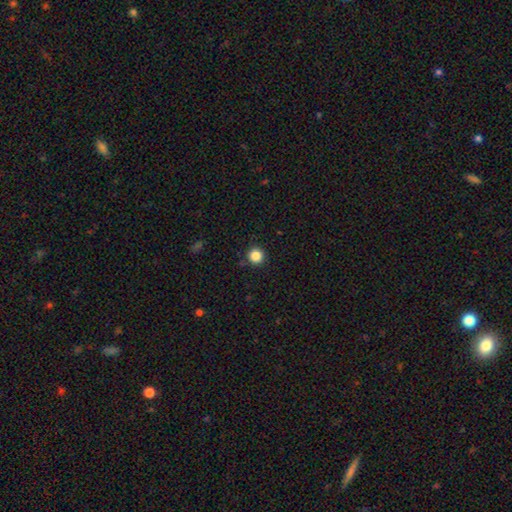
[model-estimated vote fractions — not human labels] Overall: smooth (85%). How rounded: round (95%). Merging: none (91%).